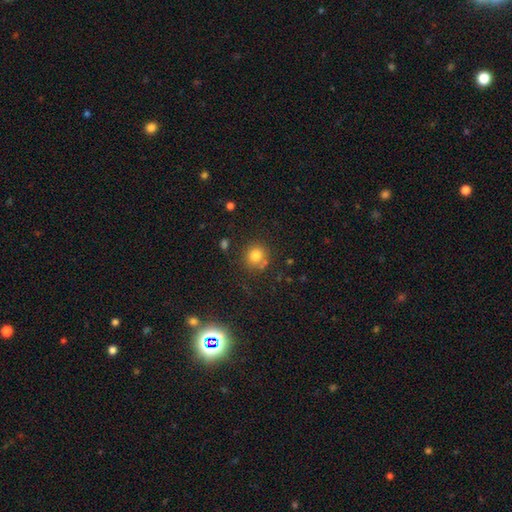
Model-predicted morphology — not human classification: Overall: smooth (80%). How rounded: round (89%). Merging: none (74%).